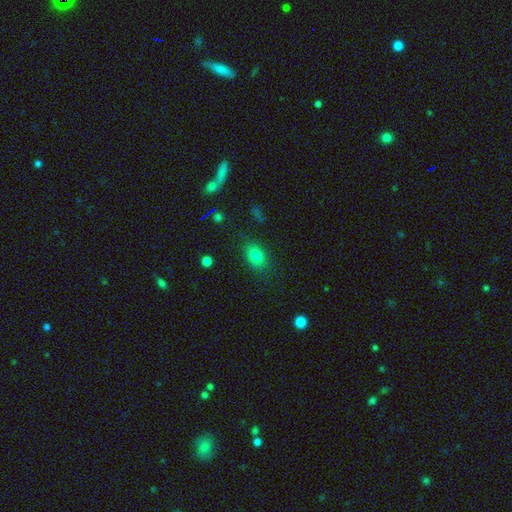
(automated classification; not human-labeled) smooth-or-featured: smooth: 81% | star or artifact: 12% | featured or disk: 7%
  how-rounded: in between: 74% | round: 24% | cigar-shaped: 2%
  merging: none: 82% | minor disturbance: 13% | major disturbance: 4% | merger: 2%